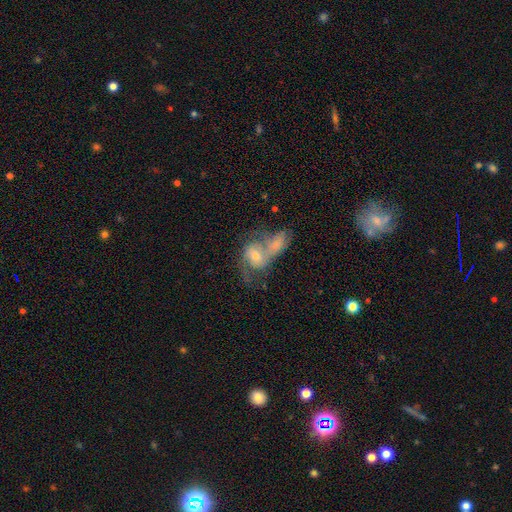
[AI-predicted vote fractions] Smooth or featured? featured or disk (62%)
Edge-on disk? no (96%)
Bar? no (59%)
Spiral arms? yes (79%)
Bulge size? moderate (55%)
Merging? merger (67%)